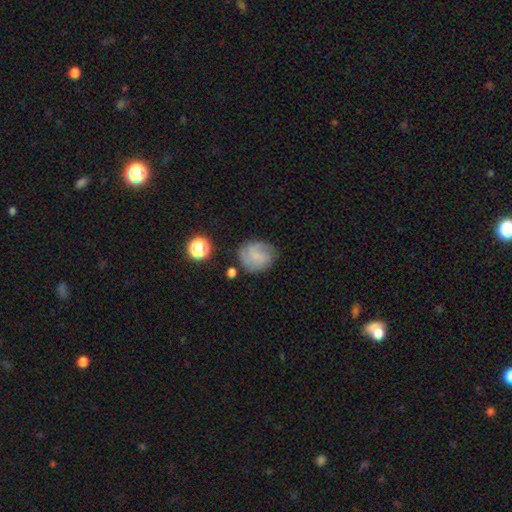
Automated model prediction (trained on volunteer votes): This is possibly a smooth galaxy (53%). How rounded: likely round (73%). Merging: likely none (67%).